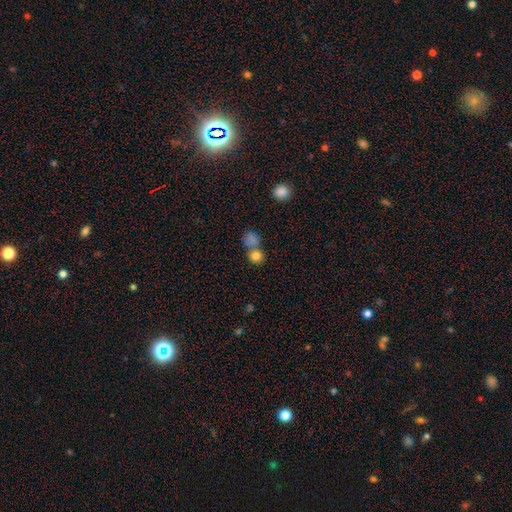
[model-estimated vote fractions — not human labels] Smooth or featured? Predicted: smooth (p=0.81). How rounded? Predicted: round (p=0.85). Merging? Predicted: none (p=0.54).